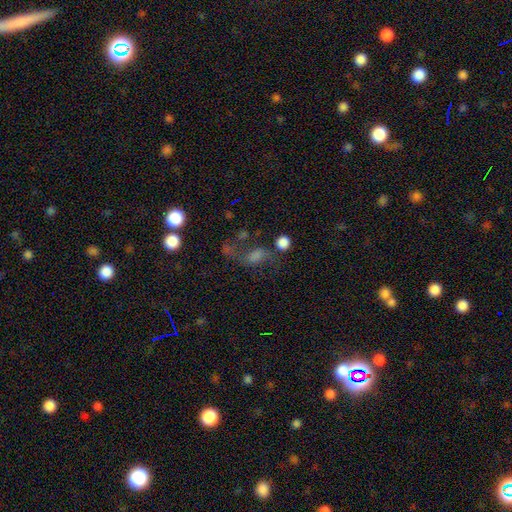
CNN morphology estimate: type=smooth (39%); merging=none (43%).